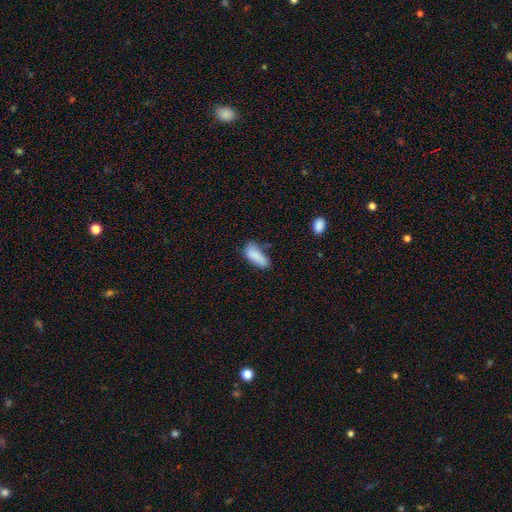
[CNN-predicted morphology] smooth_or_featured: smooth (p=0.85) [alt: star or artifact p=0.08]
how_rounded: in between (p=0.78) [alt: cigar-shaped p=0.20]
merging: none (p=0.52) [alt: minor disturbance p=0.33]